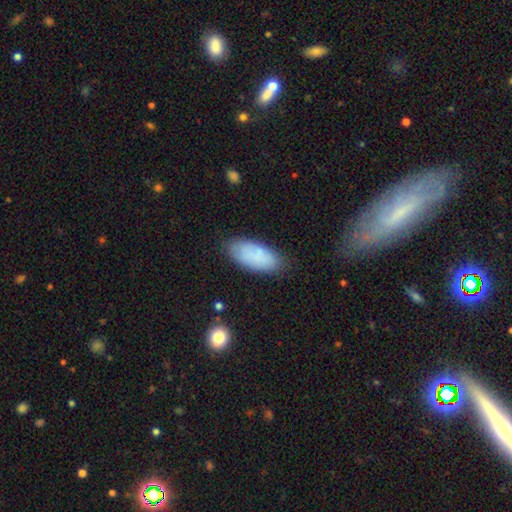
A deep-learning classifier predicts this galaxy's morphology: Smooth or featured?
  - smooth: 79% *
  - featured or disk: 14%
  - star or artifact: 8%
How rounded?
  - in between: 90% *
  - cigar-shaped: 8%
  - round: 2%
Merging?
  - none: 76% *
  - minor disturbance: 17%
  - major disturbance: 5%
  - merger: 3%